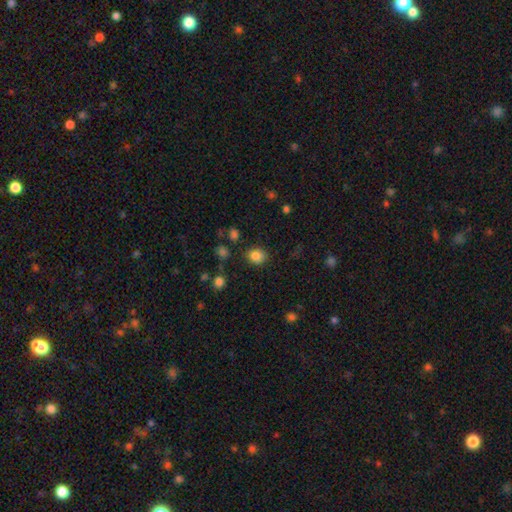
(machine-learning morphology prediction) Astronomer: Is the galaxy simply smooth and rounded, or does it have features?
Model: smooth — 85%.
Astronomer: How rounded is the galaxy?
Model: round — 61% (runner-up: in between, 38%).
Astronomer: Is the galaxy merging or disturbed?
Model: none — 85%.